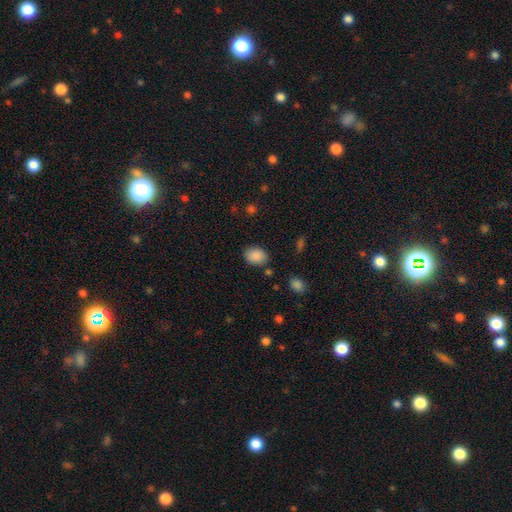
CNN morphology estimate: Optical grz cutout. It shows a smooth galaxy with no disk features (88%) that is in between round and cigar-shaped (60%). Merging: none (81%).